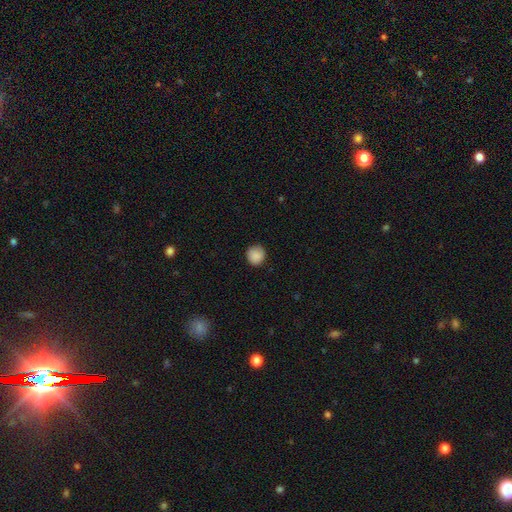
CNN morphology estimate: smooth 88%, star or artifact 8%, featured or disk 4%. Down the decision tree: how rounded — round (89%); merging — none (84%).